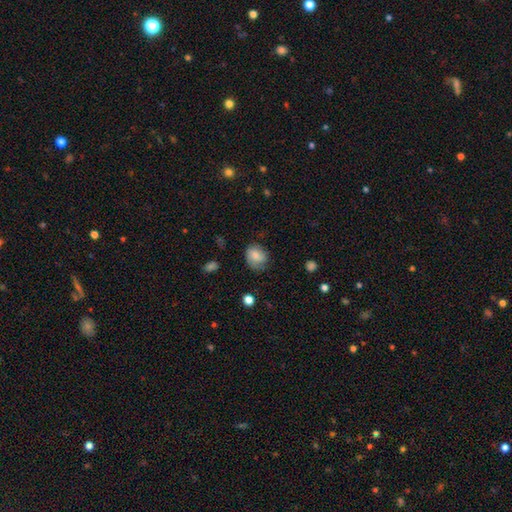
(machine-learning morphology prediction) Smooth or featured: smooth — 73% (featured or disk — 18%)
How rounded: round — 56% (in between — 43%)
Merging: none — 62% (minor disturbance — 27%)